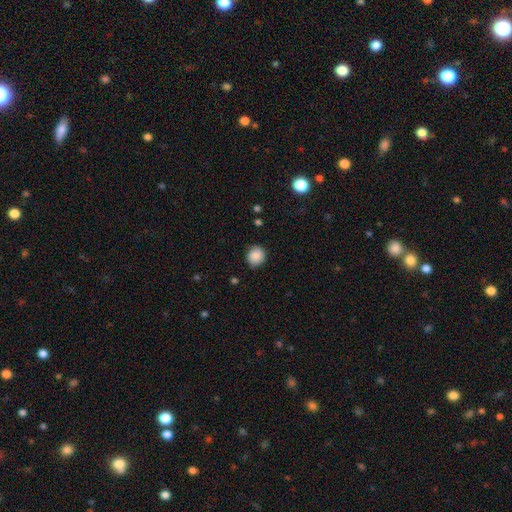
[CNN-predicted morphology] smooth_or_featured: smooth (p=0.87) [alt: star or artifact p=0.08]
how_rounded: round (p=0.85) [alt: in between p=0.14]
merging: none (p=0.83) [alt: minor disturbance p=0.13]